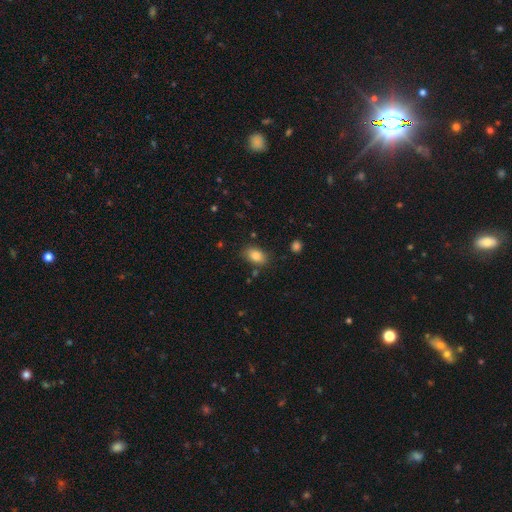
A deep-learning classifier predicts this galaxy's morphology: A smooth galaxy with no disk features (85%) that is in between round and cigar-shaped (86%). Merging: none (80%).